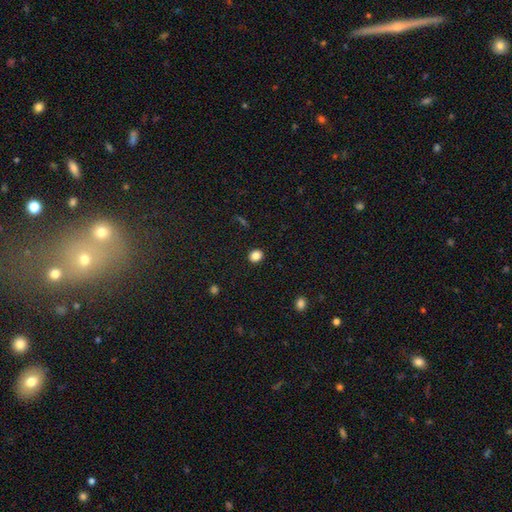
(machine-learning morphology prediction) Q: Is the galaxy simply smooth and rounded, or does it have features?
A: smooth — 85%.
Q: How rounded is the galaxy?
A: round — 69%.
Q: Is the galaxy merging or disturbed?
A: none — 91%.